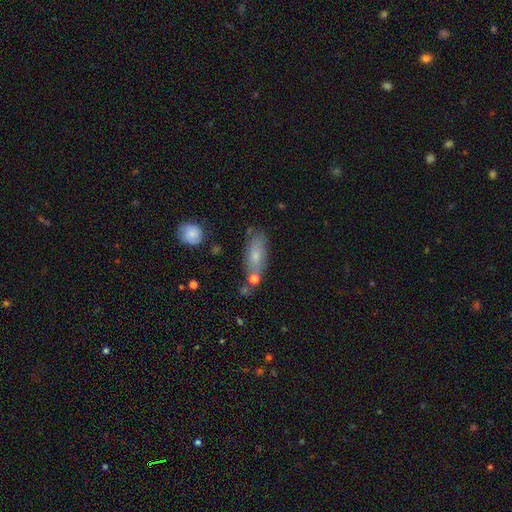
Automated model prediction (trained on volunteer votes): Smooth or featured? Predicted: smooth (p=0.70). How rounded? Predicted: in between (p=0.73). Merging? Predicted: none (p=0.65).